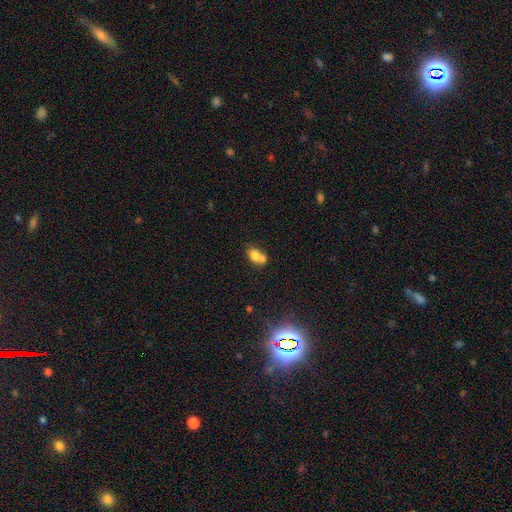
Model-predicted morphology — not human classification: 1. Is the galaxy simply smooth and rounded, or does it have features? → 73% smooth, 17% featured or disk, 10% star or artifact.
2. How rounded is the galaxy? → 76% in between, 22% round, 2% cigar-shaped.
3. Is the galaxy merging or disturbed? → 48% merger, 33% none, 13% minor disturbance, 5% major disturbance.